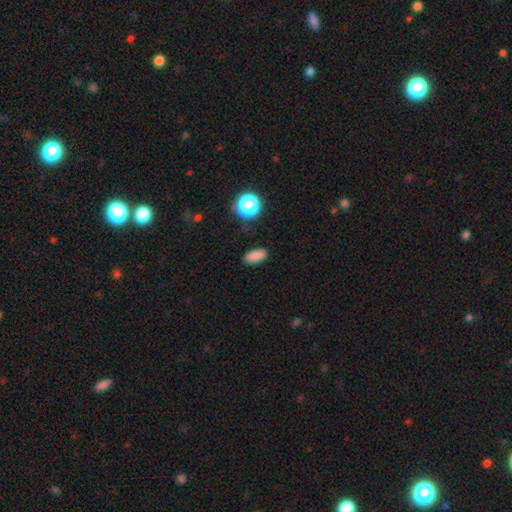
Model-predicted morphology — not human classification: smooth_or_featured: smooth (p=0.84) [alt: star or artifact p=0.12]
how_rounded: in between (p=0.81) [alt: cigar-shaped p=0.12]
merging: none (p=0.87) [alt: minor disturbance p=0.09]